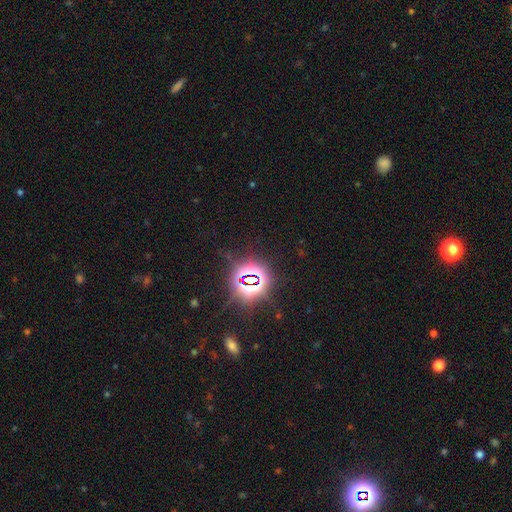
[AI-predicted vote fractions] Q: Smooth or featured?
A: star or artifact (81%); runner-up: smooth (12%)